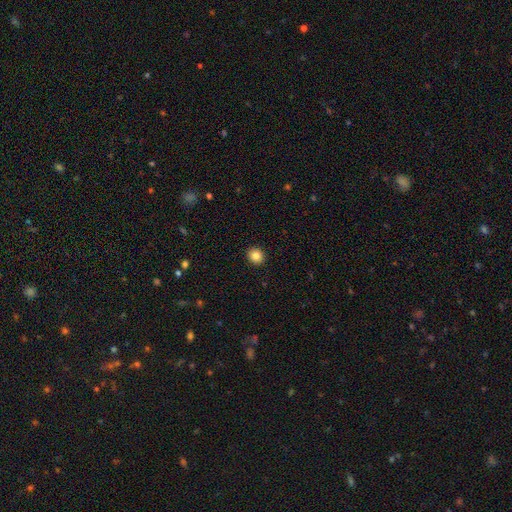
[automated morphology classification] Smooth or featured?
  - smooth: 85% *
  - star or artifact: 10%
  - featured or disk: 5%
How rounded?
  - round: 86% *
  - in between: 14%
  - cigar-shaped: 1%
Merging?
  - none: 93% *
  - minor disturbance: 5%
  - major disturbance: 2%
  - merger: 1%